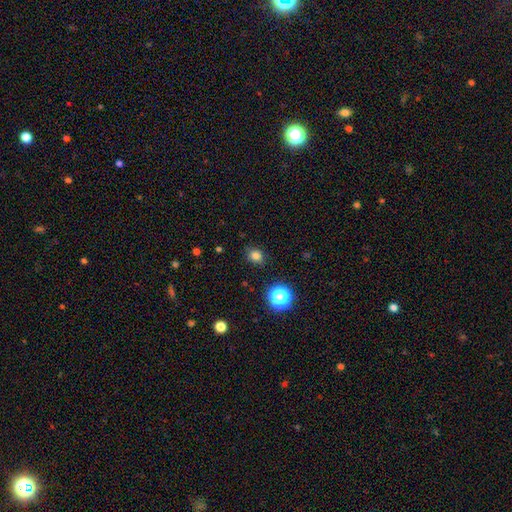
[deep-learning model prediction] Smooth or featured?
  - smooth: 80% *
  - star or artifact: 15%
  - featured or disk: 5%
How rounded?
  - round: 61% *
  - in between: 38%
  - cigar-shaped: 1%
Merging?
  - none: 86% *
  - minor disturbance: 10%
  - major disturbance: 3%
  - merger: 1%